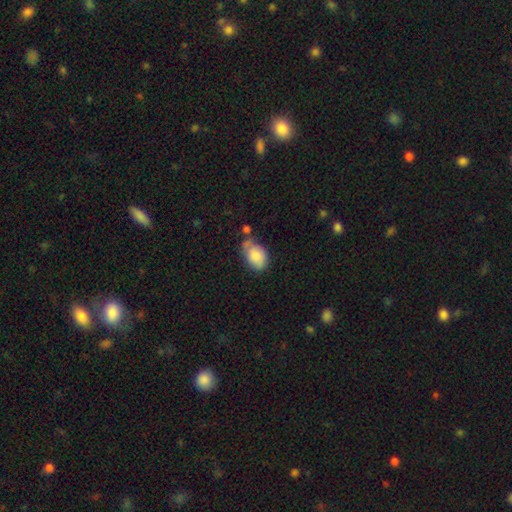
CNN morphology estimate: Q: Smooth or featured?
A: smooth (79%); runner-up: featured or disk (14%)
Q: How rounded?
A: in between (84%); runner-up: round (15%)
Q: Merging?
A: none (44%); runner-up: minor disturbance (31%)